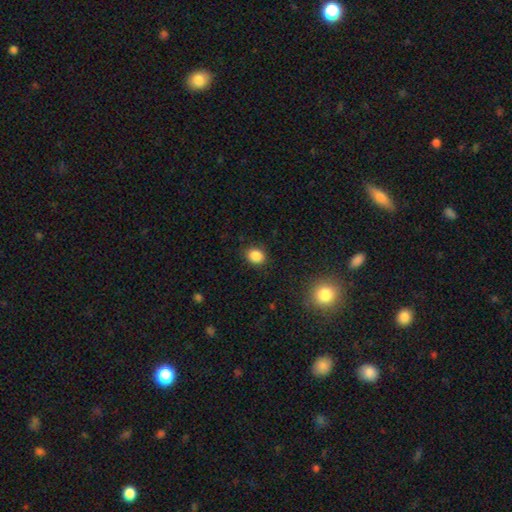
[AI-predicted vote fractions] Smooth or featured? Predicted: smooth (p=0.86). How rounded? Predicted: round (p=0.60). Merging? Predicted: none (p=0.86).